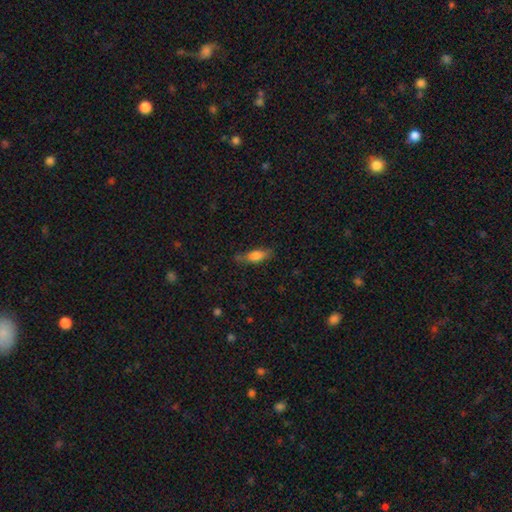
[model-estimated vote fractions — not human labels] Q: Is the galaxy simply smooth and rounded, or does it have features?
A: smooth — 74%.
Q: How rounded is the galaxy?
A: in between — 60%.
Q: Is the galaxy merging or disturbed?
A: none — 72%.